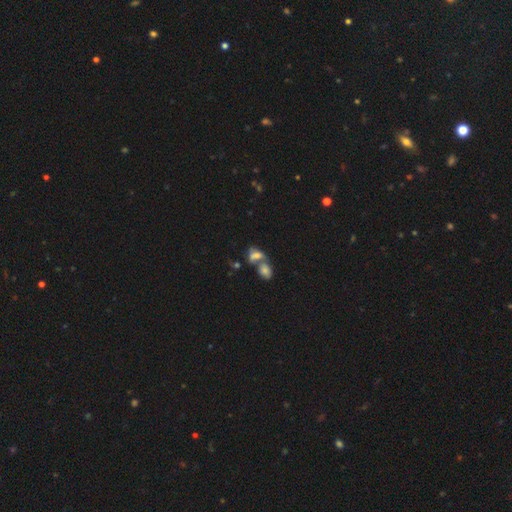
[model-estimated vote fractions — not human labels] smooth_or_featured: smooth (p=0.60) [alt: featured or disk p=0.25]
how_rounded: in between (p=0.80) [alt: round p=0.15]
merging: merger (p=0.60) [alt: none p=0.23]